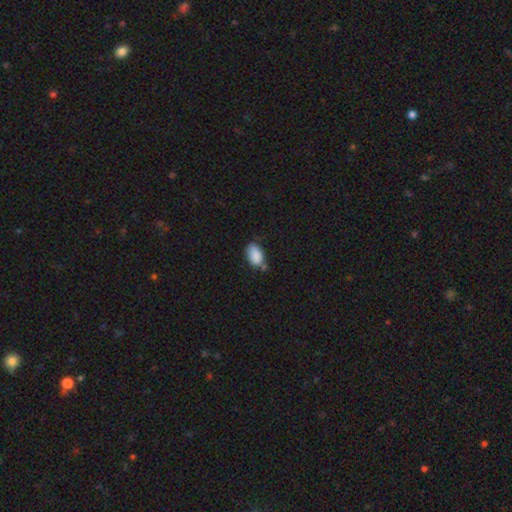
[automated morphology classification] A smooth galaxy with no disk features (87%) that is in between round and cigar-shaped (92%).

Vote fractions:
- Smooth or featured? smooth: 87% / star or artifact: 8% / featured or disk: 5%
- How rounded? in between: 92% / round: 6% / cigar-shaped: 2%
- Merging? none: 54% / minor disturbance: 27% / merger: 12% / major disturbance: 6%